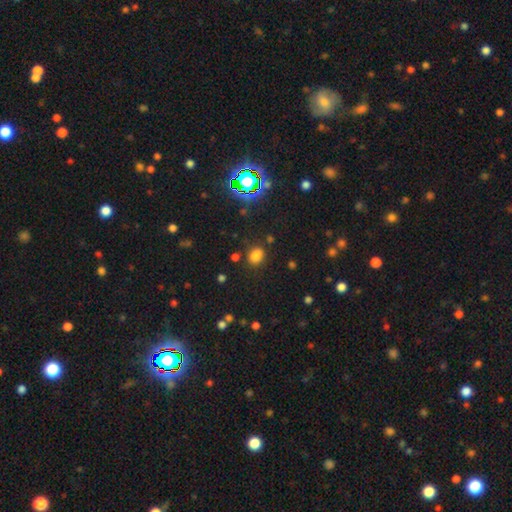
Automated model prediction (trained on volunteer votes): Smooth or featured?
  - smooth: 72% *
  - star or artifact: 22%
  - featured or disk: 6%
How rounded?
  - in between: 59% *
  - round: 40%
  - cigar-shaped: 1%
Merging?
  - none: 80% *
  - minor disturbance: 13%
  - major disturbance: 4%
  - merger: 3%